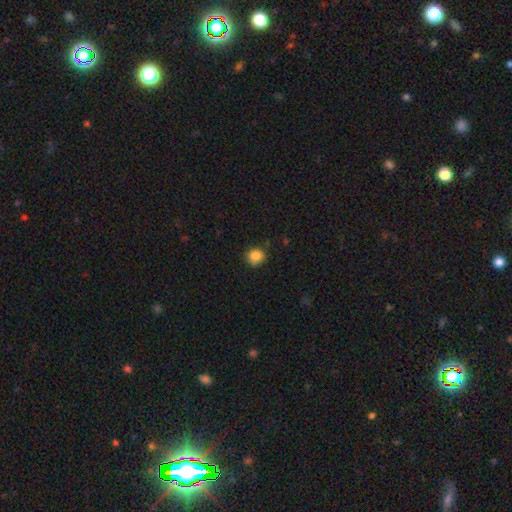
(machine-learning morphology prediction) Smooth or featured: smooth — 85% (star or artifact — 10%)
How rounded: round — 87% (in between — 12%)
Merging: none — 77% (minor disturbance — 19%)